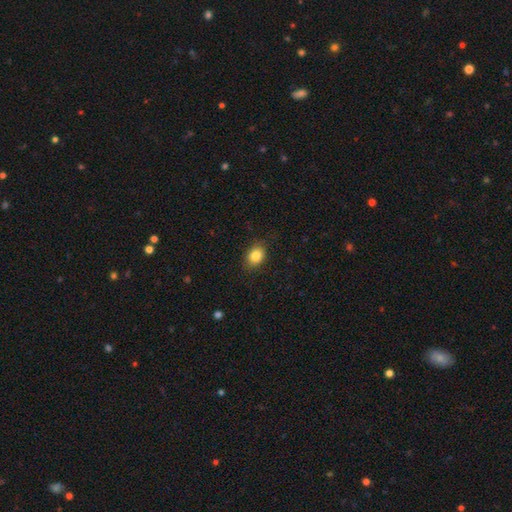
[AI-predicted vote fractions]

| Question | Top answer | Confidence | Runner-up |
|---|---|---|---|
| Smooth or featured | smooth | 84% | star or artifact (9%) |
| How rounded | in between | 55% | round (44%) |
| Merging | none | 85% | minor disturbance (11%) |